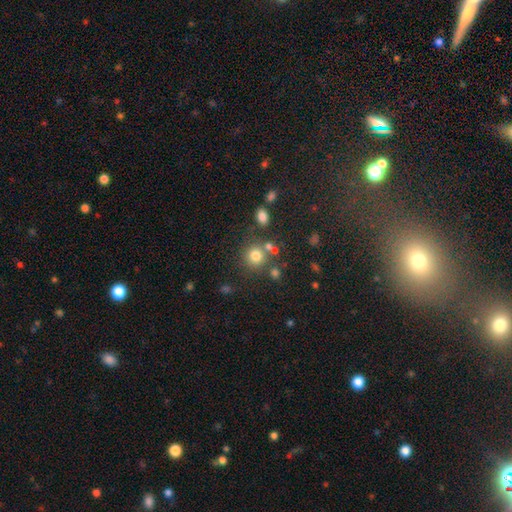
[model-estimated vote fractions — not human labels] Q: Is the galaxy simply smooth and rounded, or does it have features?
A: smooth — 77%.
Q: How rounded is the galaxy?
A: round — 88%.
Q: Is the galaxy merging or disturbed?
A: none — 70%.